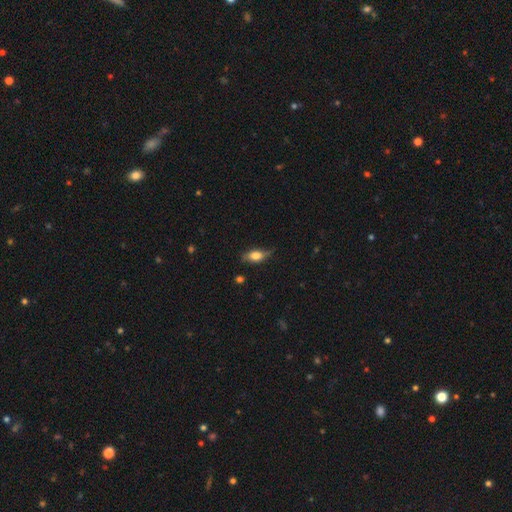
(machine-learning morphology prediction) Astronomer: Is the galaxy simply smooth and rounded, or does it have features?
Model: smooth — 64%.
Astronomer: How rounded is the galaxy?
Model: in between — 78%.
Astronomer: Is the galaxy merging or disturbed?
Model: none — 61%.